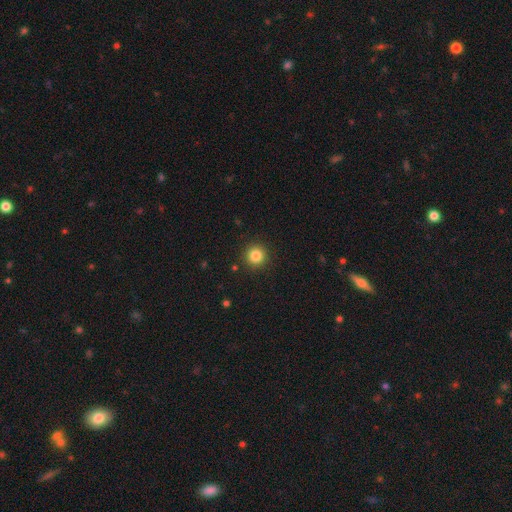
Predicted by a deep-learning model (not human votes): This appears to be a smooth galaxy with no disk features (84%) that is round (95%). Merging: none (92%).